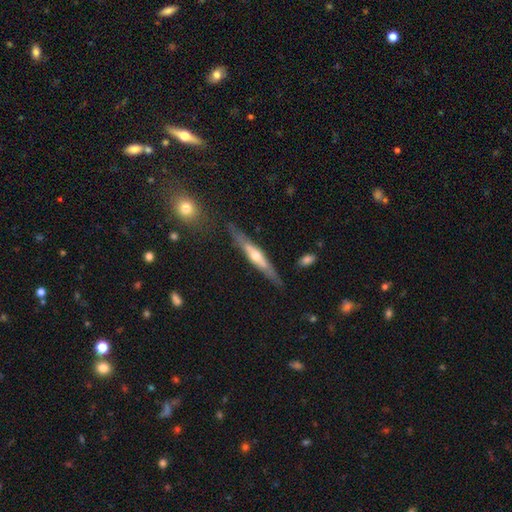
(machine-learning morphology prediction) featured or disk 66%, smooth 28%, star or artifact 6%. Down the decision tree: edge-on disk — yes (90%); edge-on bulge — rounded (79%); merging — none (78%).